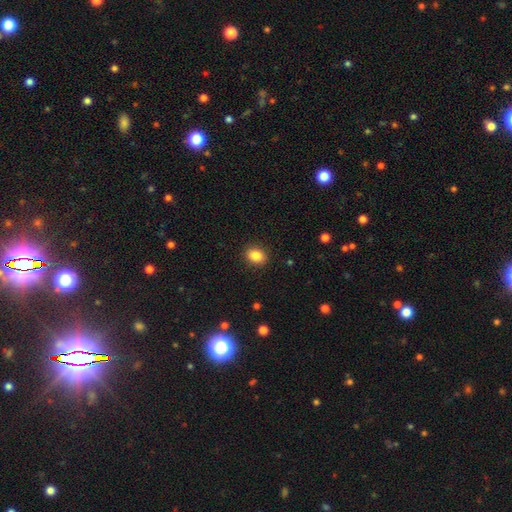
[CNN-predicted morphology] Smooth or featured?
  - smooth: 86% *
  - star or artifact: 9%
  - featured or disk: 5%
How rounded?
  - in between: 53% *
  - round: 46%
  - cigar-shaped: 1%
Merging?
  - none: 90% *
  - minor disturbance: 7%
  - major disturbance: 2%
  - merger: 1%